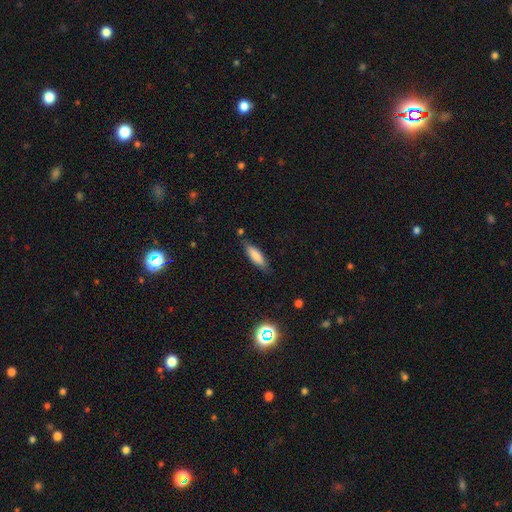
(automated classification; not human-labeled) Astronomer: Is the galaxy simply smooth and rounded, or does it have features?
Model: smooth — 82%.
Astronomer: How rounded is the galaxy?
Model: in between — 50% (runner-up: cigar-shaped, 48%).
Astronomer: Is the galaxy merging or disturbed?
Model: none — 78%.